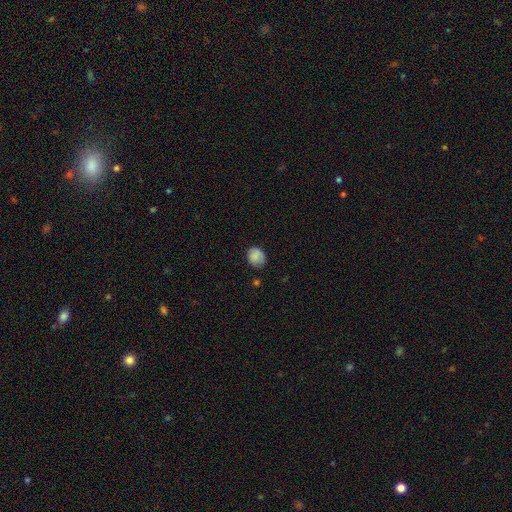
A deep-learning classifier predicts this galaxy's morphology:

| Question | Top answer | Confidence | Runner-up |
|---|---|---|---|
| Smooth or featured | smooth | 83% | star or artifact (9%) |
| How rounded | round | 60% | in between (40%) |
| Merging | none | 69% | minor disturbance (23%) |